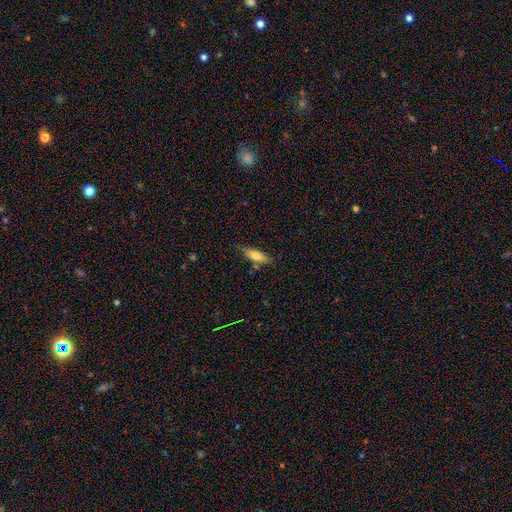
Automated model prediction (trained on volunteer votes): A smooth galaxy with no disk features (69%) that is cigar-shaped (51%).

Vote fractions:
- Smooth or featured? smooth: 69% / featured or disk: 23% / star or artifact: 7%
- How rounded? cigar-shaped: 51% / in between: 47% / round: 2%
- Merging? none: 73% / minor disturbance: 19% / merger: 4% / major disturbance: 4%